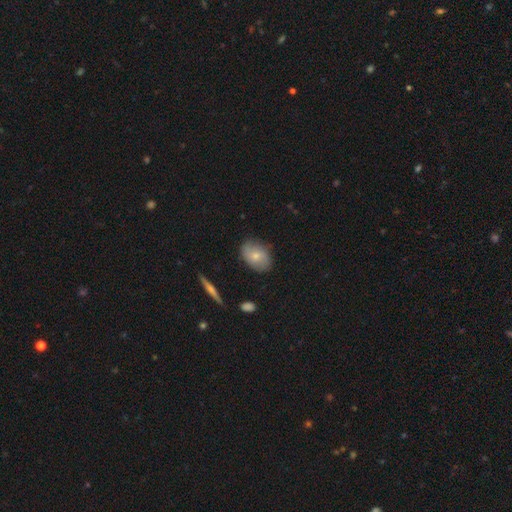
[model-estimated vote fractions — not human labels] smooth-or-featured: smooth: 64% | featured or disk: 29% | star or artifact: 7%
  how-rounded: in between: 77% | round: 21% | cigar-shaped: 2%
  merging: none: 78% | minor disturbance: 17% | major disturbance: 4% | merger: 2%